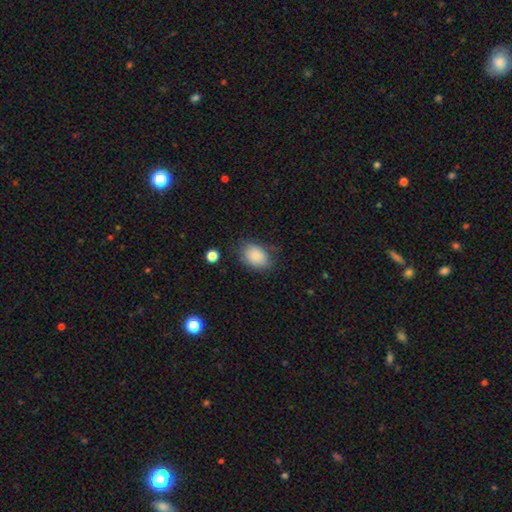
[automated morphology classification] A smooth galaxy with no disk features (87%) that is in between round and cigar-shaped (76%).

Vote fractions:
- Smooth or featured? smooth: 87% / star or artifact: 8% / featured or disk: 5%
- How rounded? in between: 76% / round: 23% / cigar-shaped: 1%
- Merging? none: 74% / minor disturbance: 18% / major disturbance: 6% / merger: 2%